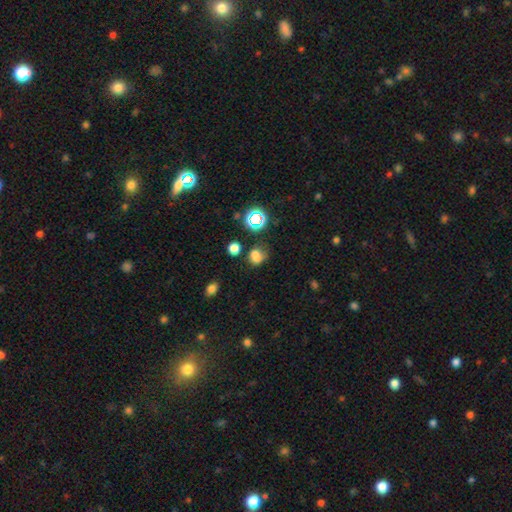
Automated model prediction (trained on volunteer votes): This appears to be a smooth galaxy with no disk features (67%) that is round (63%). Merging: none (54%).